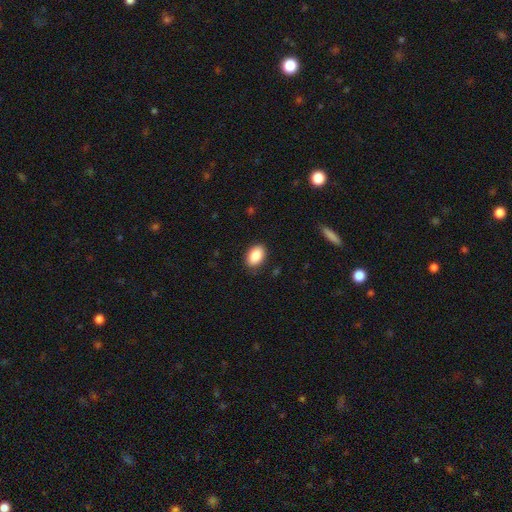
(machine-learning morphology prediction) Smooth or featured? Predicted: smooth (p=0.88). How rounded? Predicted: in between (p=0.88). Merging? Predicted: none (p=0.86).